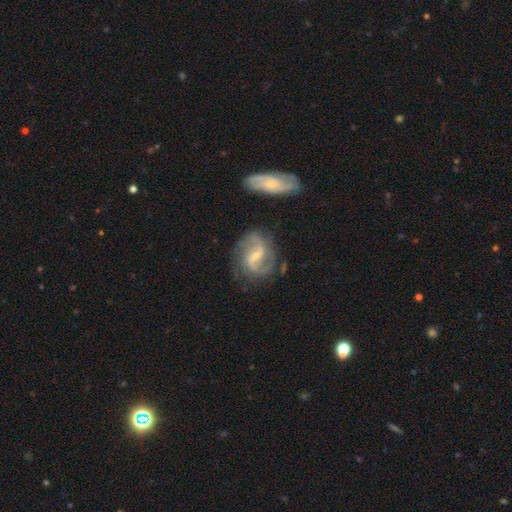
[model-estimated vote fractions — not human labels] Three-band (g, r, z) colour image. It shows a featured or disk galaxy (86%) with a weak bar (57%), 2 (83%) medium (48%) spiral arms (96%) and a small central bulge (55%). Merging: none (68%).